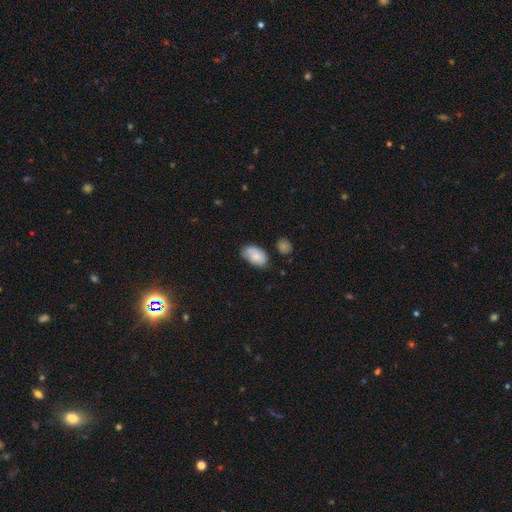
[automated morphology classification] A smooth galaxy with no disk features (74%) that is in between round and cigar-shaped (92%). Merging: none (61%).